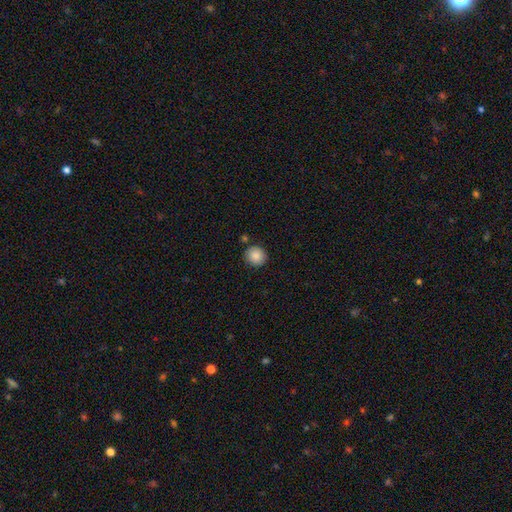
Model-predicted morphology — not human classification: type=smooth (87%); roundness=round (90%); merging=none (85%).